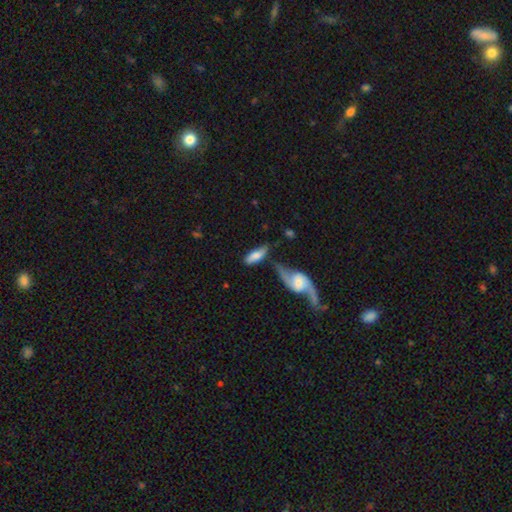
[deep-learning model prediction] The model was most divided on "merging": none: 43%, merger: 24%, minor disturbance: 21%, major disturbance: 12%. More confident: how rounded — in between (77%); smooth or featured — smooth (60%).